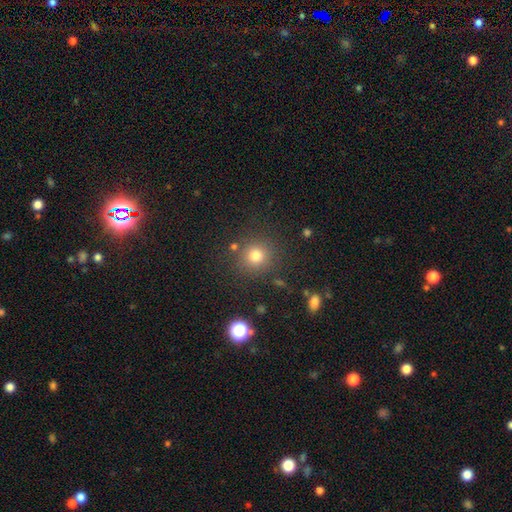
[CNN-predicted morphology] This is likely a smooth galaxy (77%). How rounded: clearly round (91%). Merging: clearly none (83%).